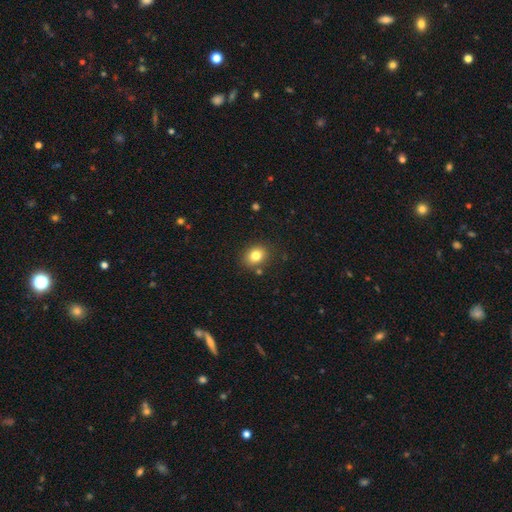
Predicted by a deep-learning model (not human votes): Smooth or featured? smooth (81%)
How rounded? round (52%)
Merging? none (83%)